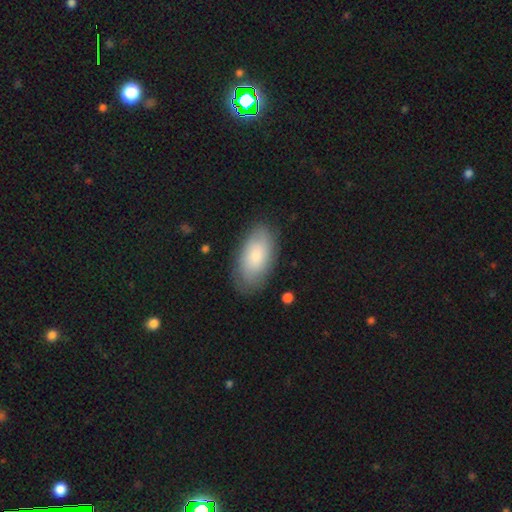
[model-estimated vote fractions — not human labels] smooth_or_featured: smooth (p=0.75) [alt: featured or disk p=0.19]
how_rounded: in between (p=0.94) [alt: cigar-shaped p=0.03]
merging: none (p=0.80) [alt: minor disturbance p=0.15]